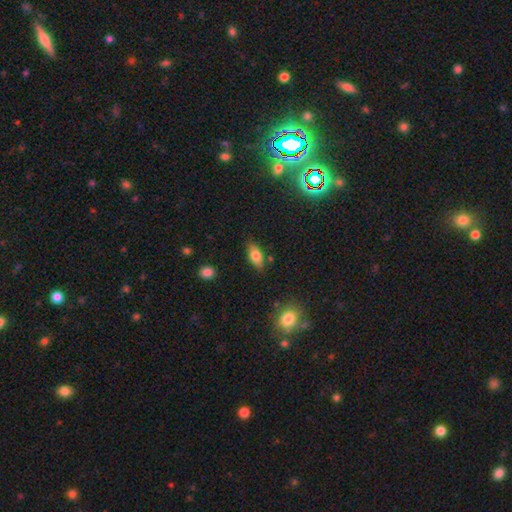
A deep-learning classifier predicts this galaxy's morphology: This appears to be a smooth galaxy with no disk features (78%) that is in between round and cigar-shaped (88%). Merging: none (80%).